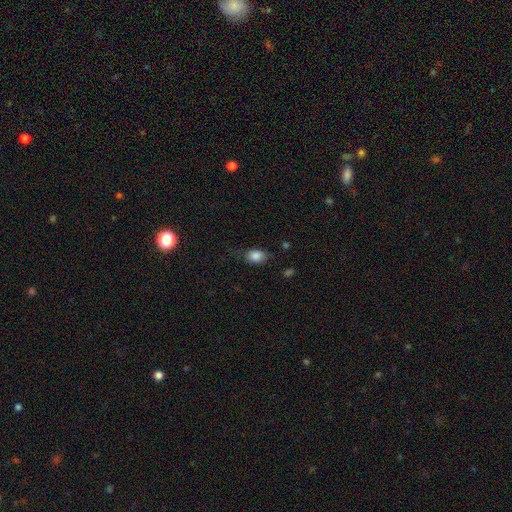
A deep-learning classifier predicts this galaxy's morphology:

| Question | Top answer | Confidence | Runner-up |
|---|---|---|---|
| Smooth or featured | smooth | 85% | star or artifact (9%) |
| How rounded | in between | 78% | round (20%) |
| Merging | none | 66% | minor disturbance (24%) |